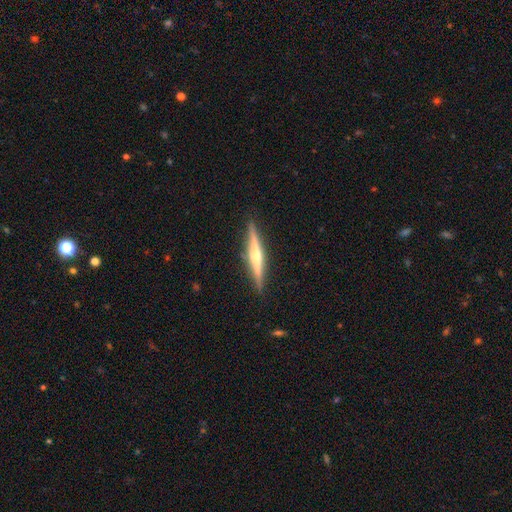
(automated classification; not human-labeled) A featured or disk galaxy (75%) viewed edge-on (98%) with a rounded central bulge (87%).

Vote fractions:
- Smooth or featured? featured or disk: 75% / smooth: 20% / star or artifact: 5%
- Edge-on disk? yes: 98% / no: 2%
- Edge-on bulge? rounded: 87% / none: 8% / boxy: 5%
- Merging? none: 91% / minor disturbance: 7% / major disturbance: 1% / merger: 1%